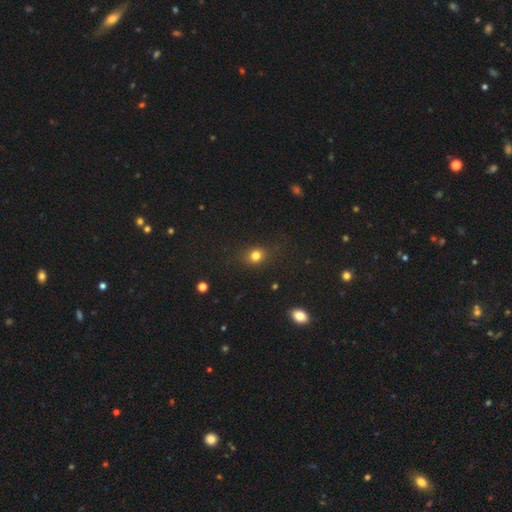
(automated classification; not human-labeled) smooth-or-featured: smooth: 78% | star or artifact: 15% | featured or disk: 7%
  how-rounded: round: 62% | in between: 36% | cigar-shaped: 2%
  merging: none: 82% | minor disturbance: 12% | major disturbance: 4% | merger: 2%